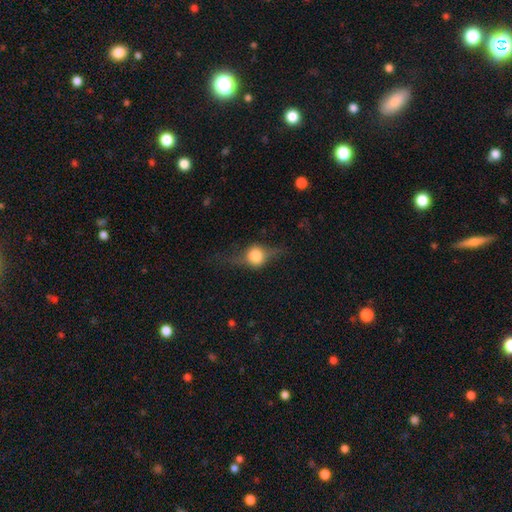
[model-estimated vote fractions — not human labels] Overall: featured or disk (50%; smooth 40%). Merging: none (62%).